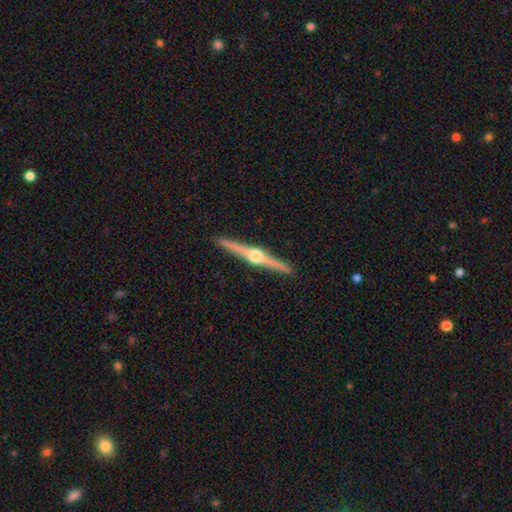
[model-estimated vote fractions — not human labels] Smooth or featured? Predicted: featured or disk (p=0.86). Edge-on disk? Predicted: yes (p=0.99). Edge-on bulge? Predicted: rounded (p=0.96). Merging? Predicted: none (p=0.93).